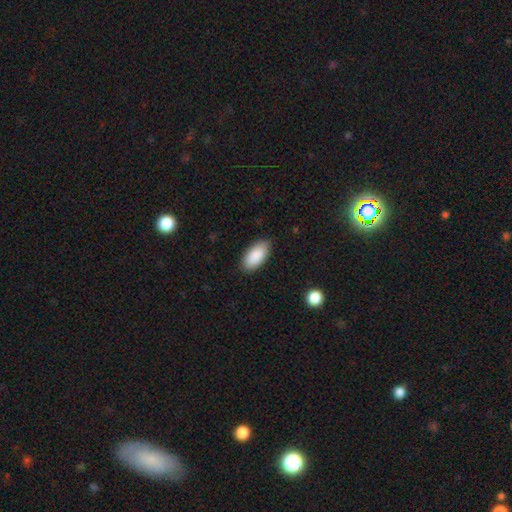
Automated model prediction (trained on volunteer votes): This is clearly a smooth galaxy (90%). How rounded: clearly in between (93%). Merging: clearly none (86%).